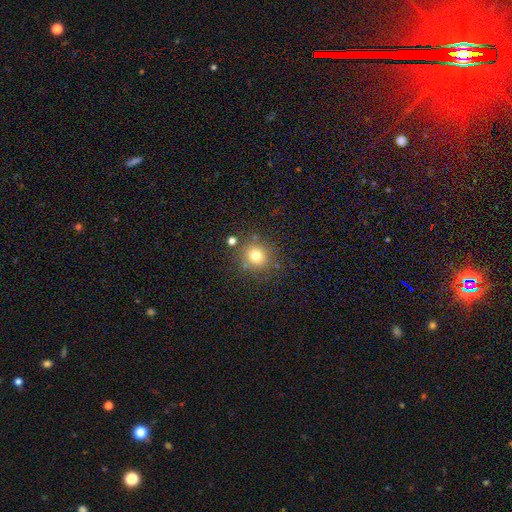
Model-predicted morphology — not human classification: This appears to be a smooth galaxy with no disk features (76%) that is round (88%). Merging: none (82%).